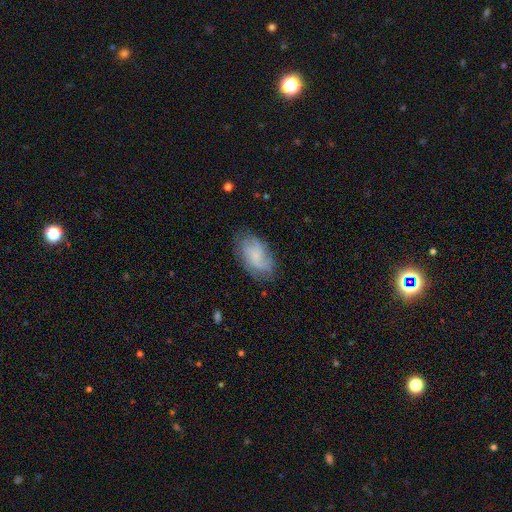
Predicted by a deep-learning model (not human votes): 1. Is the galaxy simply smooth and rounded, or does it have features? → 64% featured or disk, 29% smooth, 8% star or artifact.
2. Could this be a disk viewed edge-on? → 97% no, 3% yes.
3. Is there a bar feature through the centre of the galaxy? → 65% no, 31% weak, 4% strong.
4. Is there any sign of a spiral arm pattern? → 93% yes, 7% no.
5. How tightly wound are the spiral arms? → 43% medium, 38% tight, 19% loose.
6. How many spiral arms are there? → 34% 2, 27% can't tell, 23% 3, 6% 4, 5% 1, 4% more than 4.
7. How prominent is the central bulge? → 54% small, 26% none, 16% moderate, 2% large, 1% dominant.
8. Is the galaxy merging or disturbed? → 75% none, 18% minor disturbance, 6% major disturbance, 1% merger.